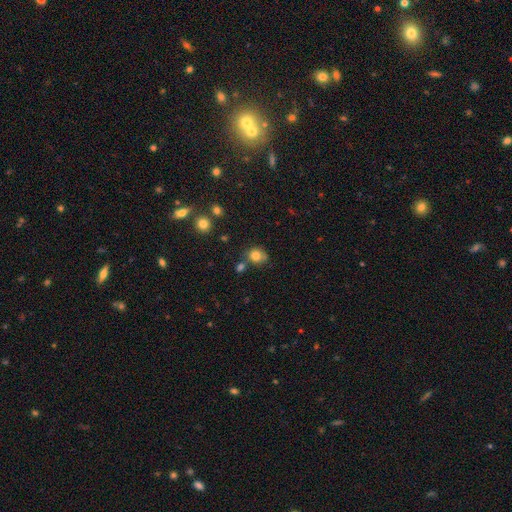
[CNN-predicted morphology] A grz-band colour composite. It shows a smooth galaxy with no disk features (80%) that is round (75%). Merging: none (64%).